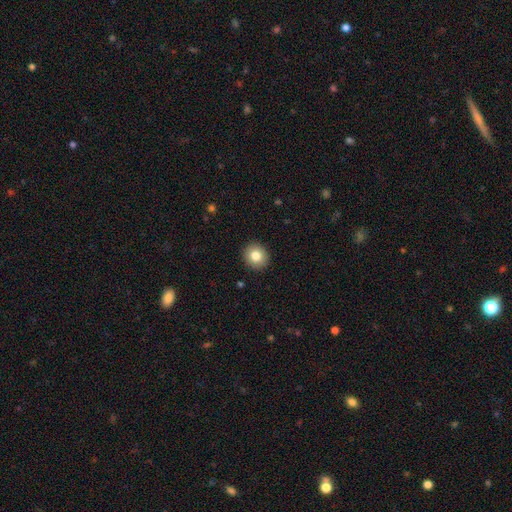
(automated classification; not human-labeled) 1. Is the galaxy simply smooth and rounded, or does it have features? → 82% smooth, 9% featured or disk, 9% star or artifact.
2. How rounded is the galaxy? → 87% round, 12% in between, 1% cigar-shaped.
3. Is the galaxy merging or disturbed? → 92% none, 5% minor disturbance, 2% major disturbance, 1% merger.